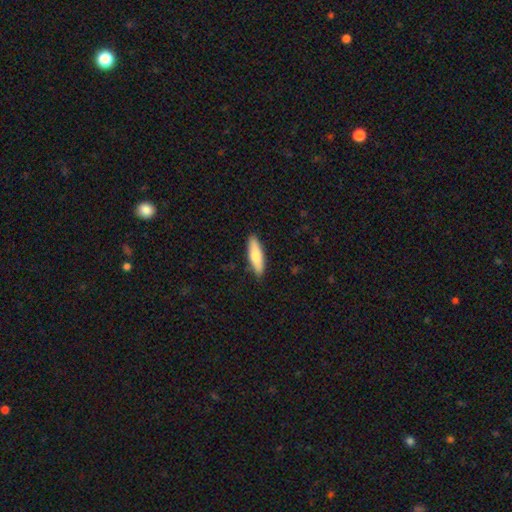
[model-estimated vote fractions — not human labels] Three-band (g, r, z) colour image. It shows a smooth galaxy with no disk features (74%) that is cigar-shaped (60%). Merging: none (89%).